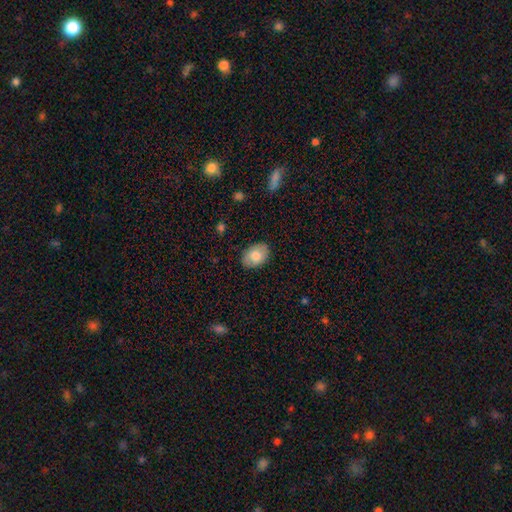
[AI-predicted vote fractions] Smooth or featured: smooth — 78% (featured or disk — 16%)
How rounded: in between — 84% (round — 15%)
Merging: none — 86% (minor disturbance — 10%)